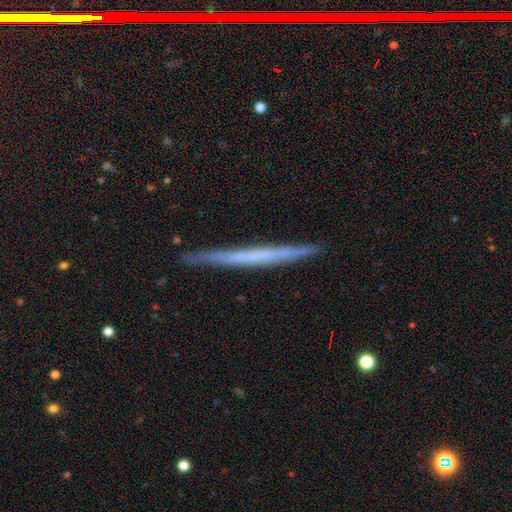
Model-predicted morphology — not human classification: Smooth or featured: featured or disk — 54% (smooth — 40%)
Edge-on disk: yes — 97% (no — 3%)
Edge-on bulge: none — 91% (rounded — 5%)
Merging: none — 89% (minor disturbance — 8%)